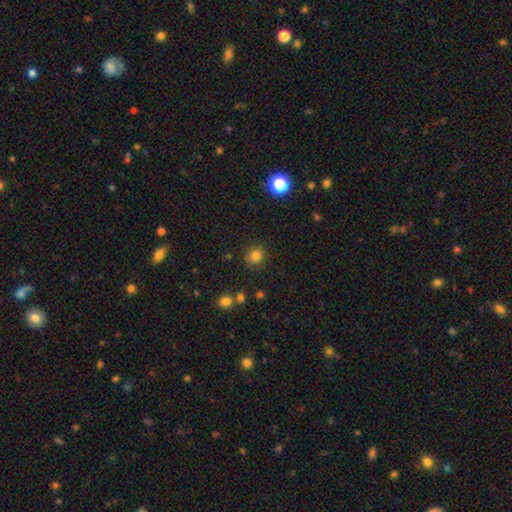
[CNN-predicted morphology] Smooth or featured: smooth — 80% (star or artifact — 15%)
How rounded: round — 81% (in between — 18%)
Merging: none — 85% (minor disturbance — 10%)